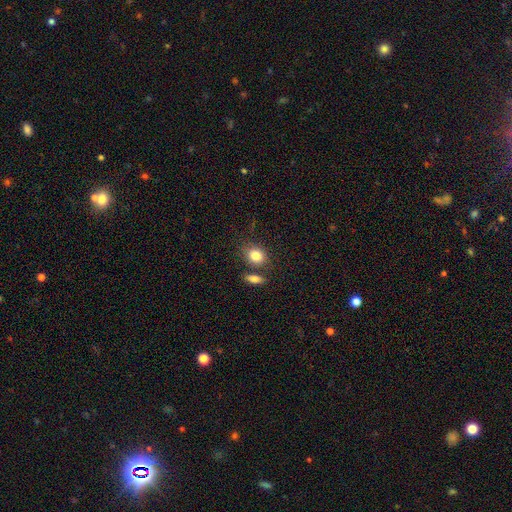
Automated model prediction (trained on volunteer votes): This appears to be a smooth galaxy with no disk features (83%) that is in between round and cigar-shaped (50%). Merging: none (68%).